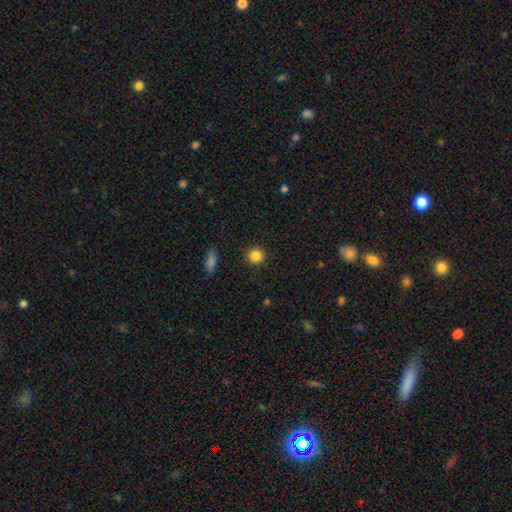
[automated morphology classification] A smooth galaxy with no disk features (85%) that is round (92%). Merging: none (92%).